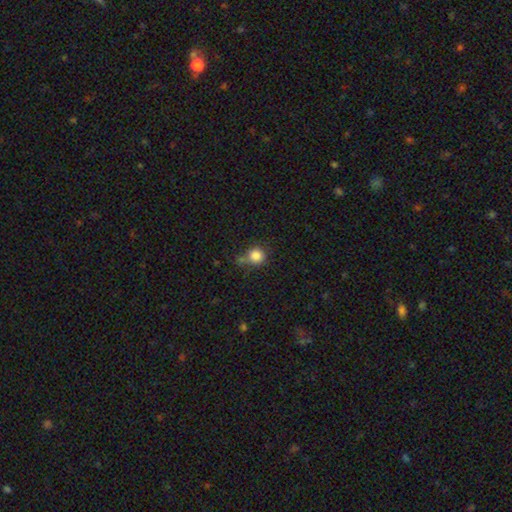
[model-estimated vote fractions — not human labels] Smooth or featured? Predicted: smooth (p=0.84). How rounded? Predicted: round (p=0.88). Merging? Predicted: none (p=0.59).